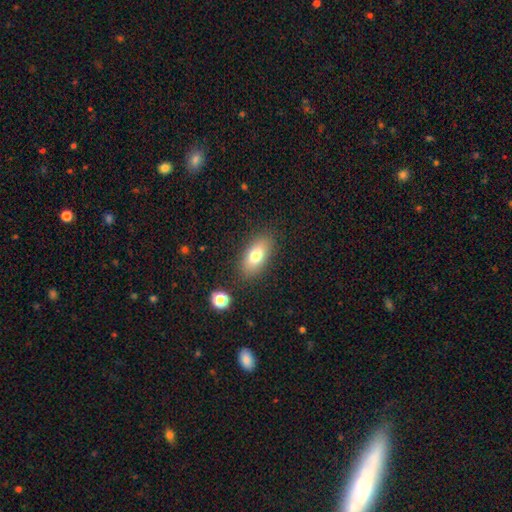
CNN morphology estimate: A smooth galaxy with no disk features (76%) that is in between round and cigar-shaped (87%). Merging: none (84%).